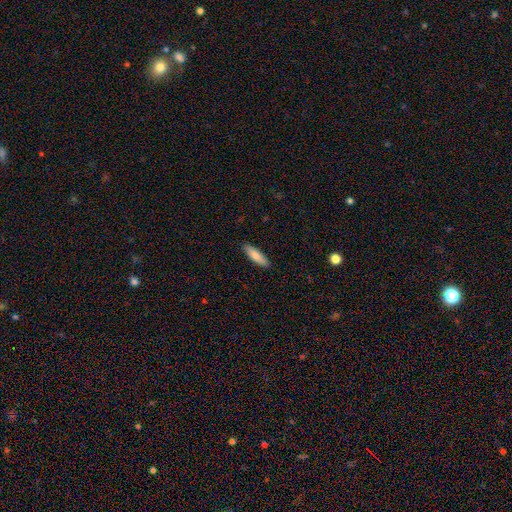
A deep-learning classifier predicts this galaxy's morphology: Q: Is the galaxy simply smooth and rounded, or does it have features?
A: smooth — 81%.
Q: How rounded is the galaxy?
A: cigar-shaped — 63%.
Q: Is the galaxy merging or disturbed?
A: none — 89%.